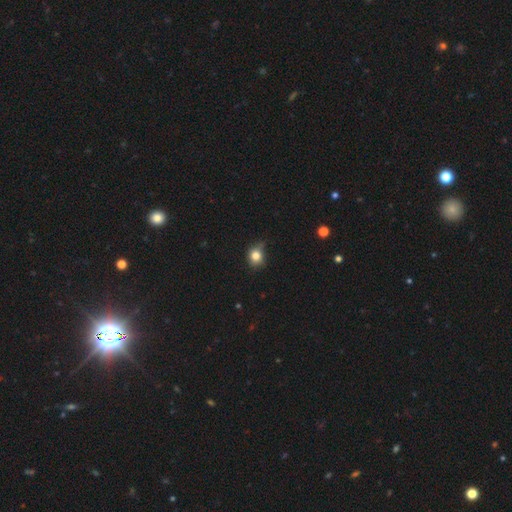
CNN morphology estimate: This appears to be a smooth galaxy with no disk features (80%) that is round (71%). Merging: none (56%).